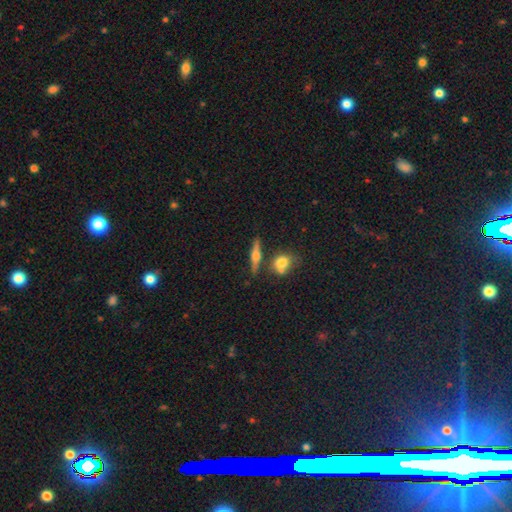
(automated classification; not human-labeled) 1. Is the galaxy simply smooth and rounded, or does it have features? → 61% featured or disk, 31% smooth, 8% star or artifact.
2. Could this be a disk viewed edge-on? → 95% yes, 5% no.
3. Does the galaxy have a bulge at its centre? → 91% rounded, 5% boxy, 3% none.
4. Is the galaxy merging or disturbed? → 76% none, 11% merger, 10% minor disturbance, 3% major disturbance.